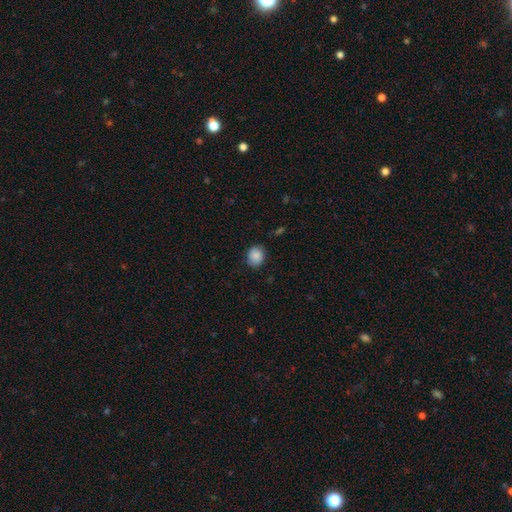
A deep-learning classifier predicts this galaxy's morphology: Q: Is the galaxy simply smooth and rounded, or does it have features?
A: smooth — 86%.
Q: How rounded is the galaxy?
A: round — 61%.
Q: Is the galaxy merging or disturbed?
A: none — 80%.